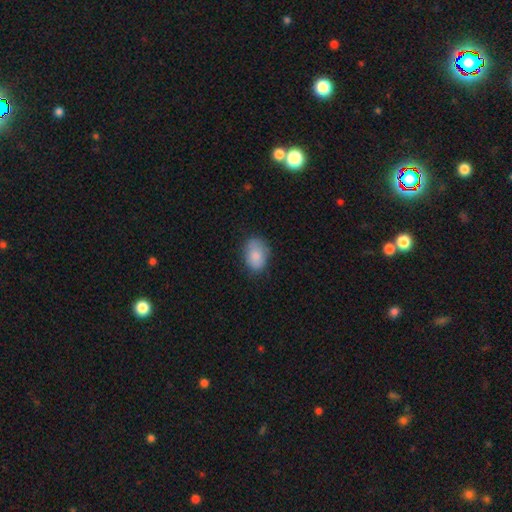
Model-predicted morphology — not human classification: Smooth or featured: smooth — 84% (featured or disk — 9%)
How rounded: in between — 79% (round — 20%)
Merging: none — 70% (minor disturbance — 23%)